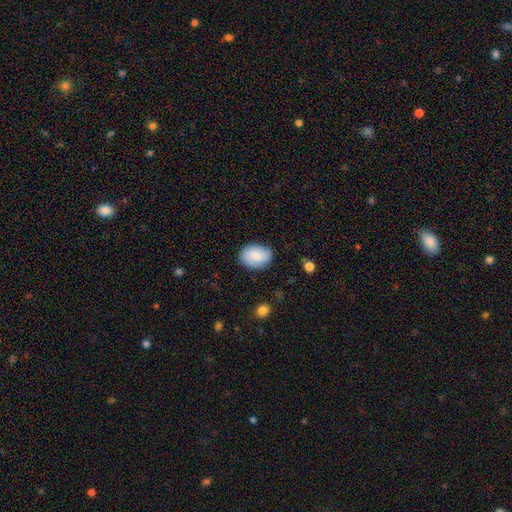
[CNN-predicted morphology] Q: Smooth or featured?
A: smooth (83%); runner-up: featured or disk (10%)
Q: How rounded?
A: in between (71%); runner-up: round (28%)
Q: Merging?
A: none (82%); runner-up: minor disturbance (14%)